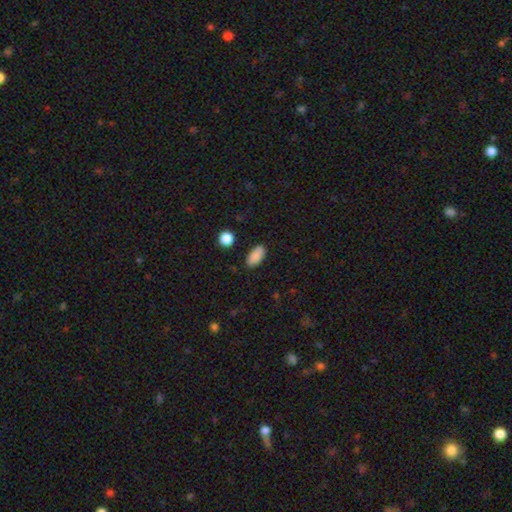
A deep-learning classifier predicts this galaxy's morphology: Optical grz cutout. It shows a smooth galaxy with no disk features (88%) that is in between round and cigar-shaped (91%). Merging: none (86%).